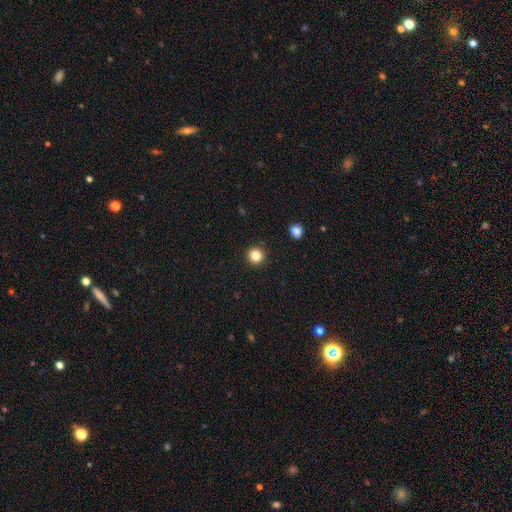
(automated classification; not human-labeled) A smooth galaxy with no disk features (85%) that is round (95%). Merging: none (92%).